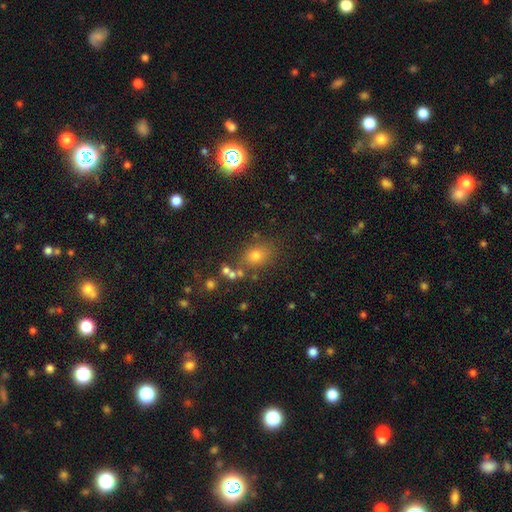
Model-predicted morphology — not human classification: Smooth or featured: smooth — 67% (star or artifact — 22%)
How rounded: round — 53% (in between — 46%)
Merging: none — 72% (minor disturbance — 13%)